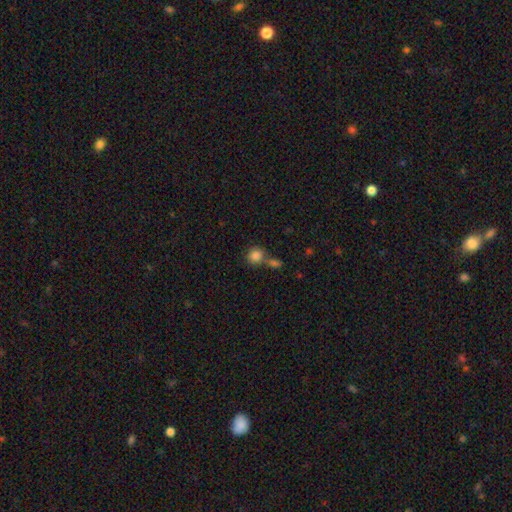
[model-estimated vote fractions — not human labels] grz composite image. It shows a smooth galaxy with no disk features (84%) that is round (85%). Merging: none (51%).